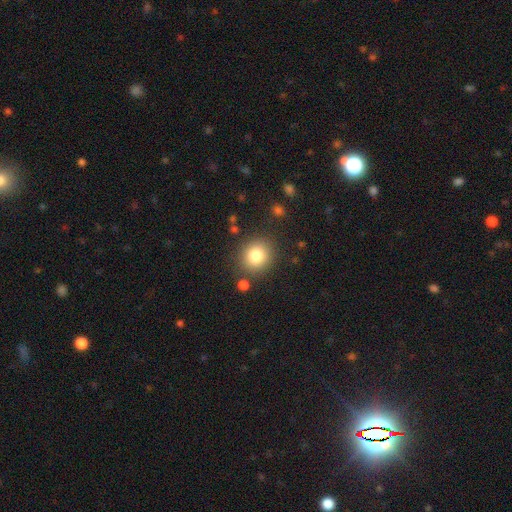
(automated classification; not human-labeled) A smooth galaxy with no disk features (81%) that is round (85%).

Vote fractions:
- Smooth or featured? smooth: 81% / star or artifact: 11% / featured or disk: 8%
- How rounded? round: 85% / in between: 15% / cigar-shaped: 1%
- Merging? none: 84% / minor disturbance: 9% / merger: 4% / major disturbance: 3%